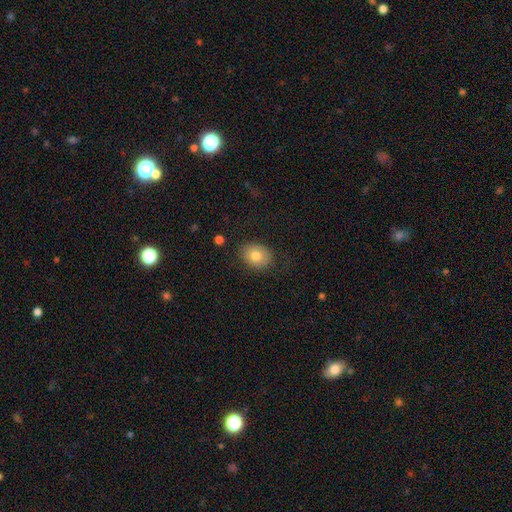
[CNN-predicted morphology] Smooth or featured? smooth (79%)
How rounded? round (50%)
Merging? none (82%)